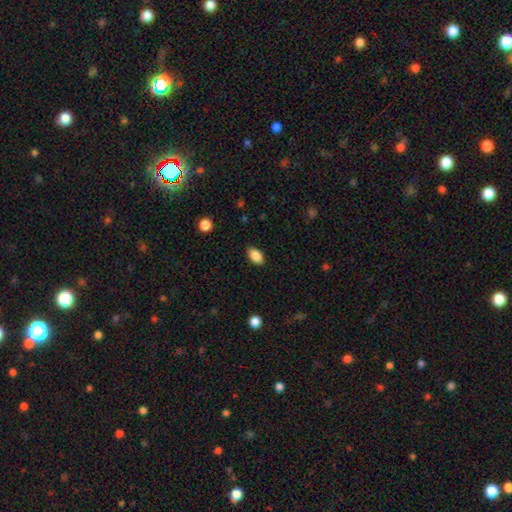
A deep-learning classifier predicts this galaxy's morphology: Smooth or featured? smooth (88%)
How rounded? in between (89%)
Merging? none (86%)